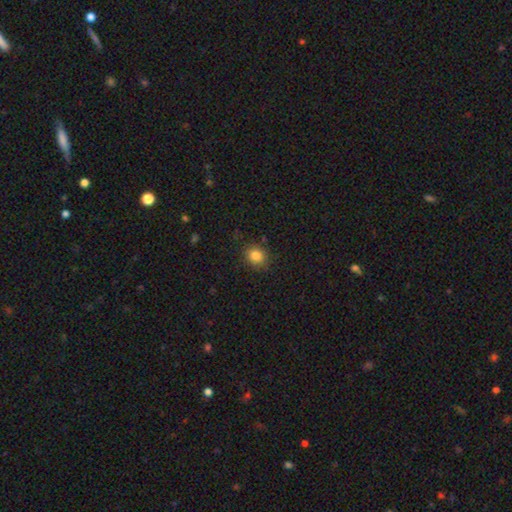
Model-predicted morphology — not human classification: A smooth galaxy with no disk features (84%) that is round (73%).

Vote fractions:
- Smooth or featured? smooth: 84% / star or artifact: 11% / featured or disk: 5%
- How rounded? round: 73% / in between: 26% / cigar-shaped: 1%
- Merging? none: 85% / minor disturbance: 11% / major disturbance: 3% / merger: 1%